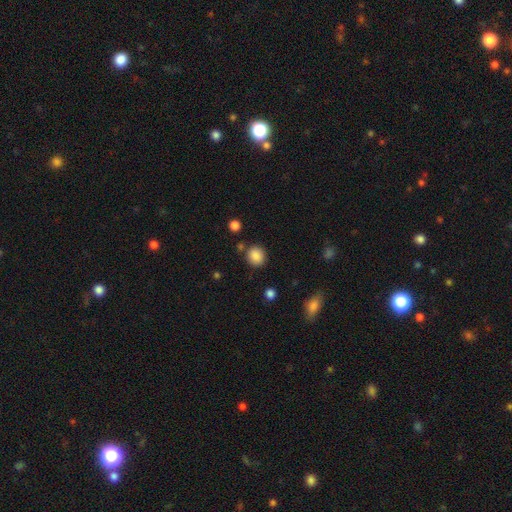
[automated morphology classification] smooth-or-featured: smooth: 87% | star or artifact: 9% | featured or disk: 4%
  how-rounded: round: 81% | in between: 18% | cigar-shaped: 1%
  merging: none: 81% | minor disturbance: 11% | merger: 5% | major disturbance: 3%